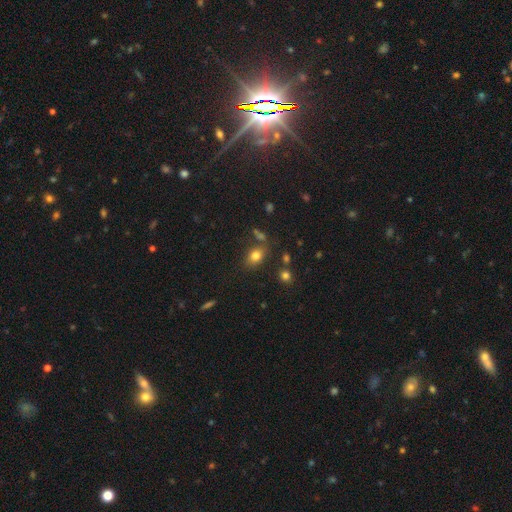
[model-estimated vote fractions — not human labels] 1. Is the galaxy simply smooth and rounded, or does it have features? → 79% smooth, 12% star or artifact, 9% featured or disk.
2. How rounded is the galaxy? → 70% in between, 28% round, 2% cigar-shaped.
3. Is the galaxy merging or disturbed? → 74% none, 14% minor disturbance, 9% merger, 4% major disturbance.